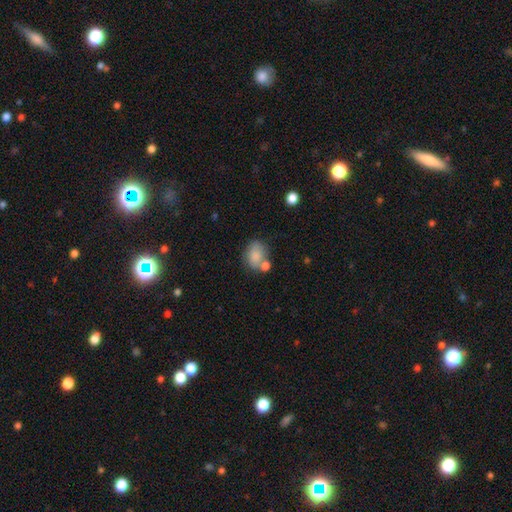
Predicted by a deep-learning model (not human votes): Overall: smooth (81%). How rounded: in between (66%; round 32%). Merging: none (49%; merger 26%).